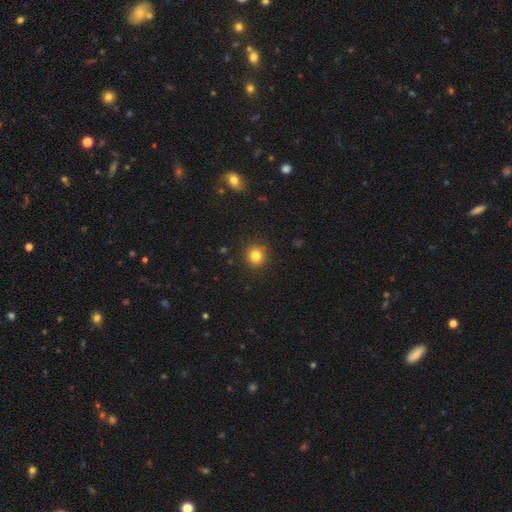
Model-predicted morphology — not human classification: smooth 83%, star or artifact 12%, featured or disk 6%. Down the decision tree: how rounded — round (90%); merging — none (89%).